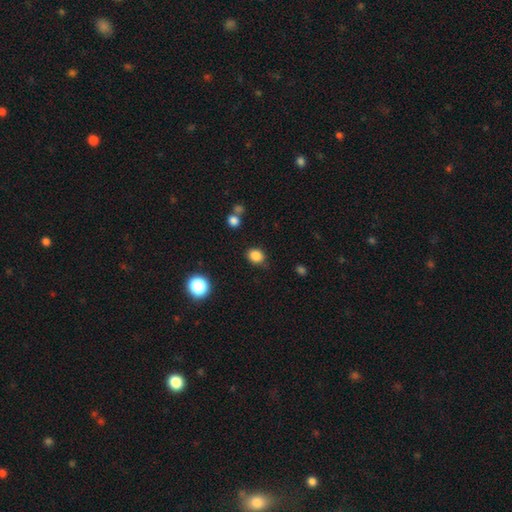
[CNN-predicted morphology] smooth 85%, star or artifact 11%, featured or disk 4%. Down the decision tree: how rounded — round (61%); merging — none (79%).